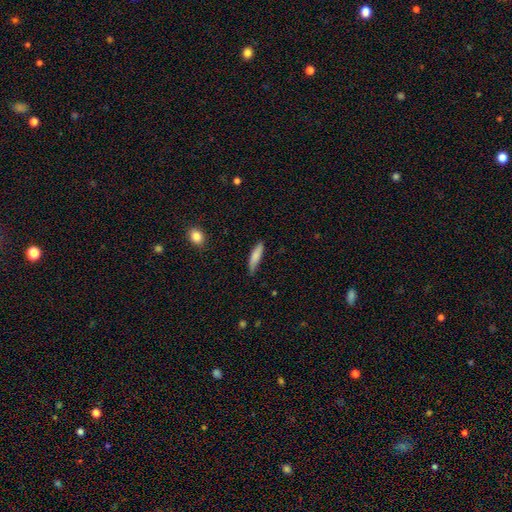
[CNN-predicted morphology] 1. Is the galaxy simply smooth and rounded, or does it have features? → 80% smooth, 14% featured or disk, 6% star or artifact.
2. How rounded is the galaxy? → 74% cigar-shaped, 24% in between, 2% round.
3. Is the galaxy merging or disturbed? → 69% none, 25% minor disturbance, 4% major disturbance, 2% merger.